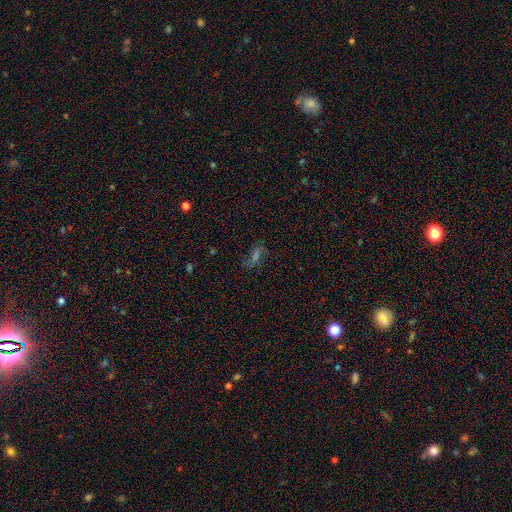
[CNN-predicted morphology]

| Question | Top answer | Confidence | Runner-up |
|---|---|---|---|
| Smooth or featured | featured or disk | 38% | star or artifact (32%) |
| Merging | none | 66% | minor disturbance (17%) |